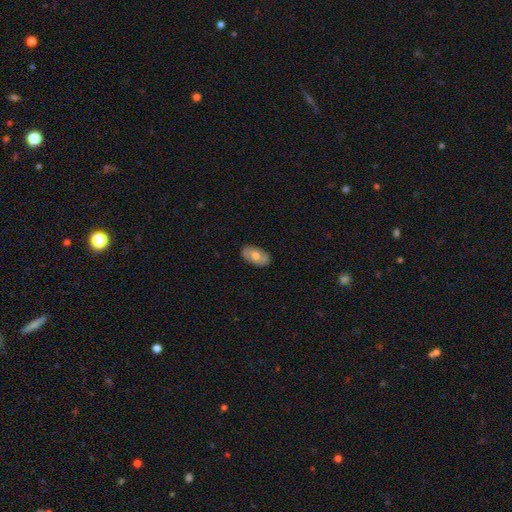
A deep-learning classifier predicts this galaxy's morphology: smooth-or-featured: smooth: 54% | featured or disk: 39% | star or artifact: 7%
  how-rounded: in between: 91% | round: 8% | cigar-shaped: 2%
  merging: none: 84% | minor disturbance: 13% | major disturbance: 3% | merger: 1%